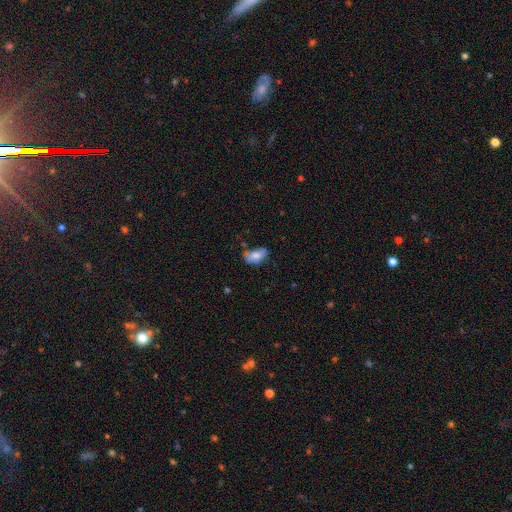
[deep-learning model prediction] This appears to be a smooth galaxy with no disk features (70%) that is in between round and cigar-shaped (90%). Merging: none (43%).